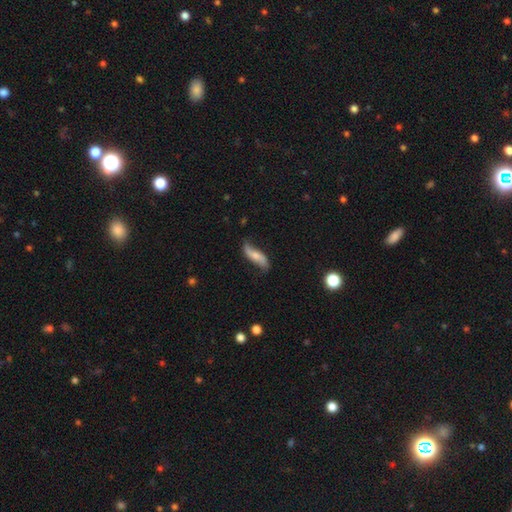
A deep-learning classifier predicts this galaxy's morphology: Overall: featured or disk (55%; smooth 38%). Edge-on disk: no (79%). Merging: none (64%; minor disturbance 26%).